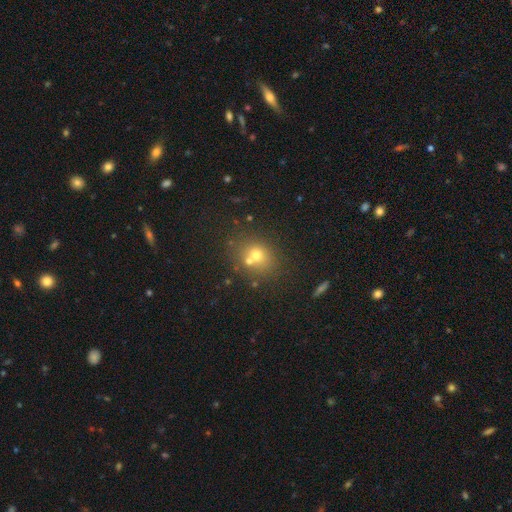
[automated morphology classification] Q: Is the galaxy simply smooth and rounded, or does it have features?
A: smooth — 61%.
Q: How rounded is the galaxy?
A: round — 72%.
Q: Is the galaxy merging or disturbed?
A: none — 53%.